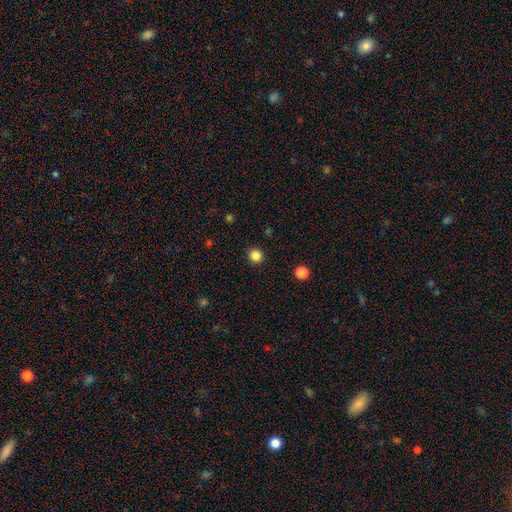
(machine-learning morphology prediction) A smooth galaxy with no disk features (84%) that is round (94%).

Vote fractions:
- Smooth or featured? smooth: 84% / star or artifact: 13% / featured or disk: 3%
- How rounded? round: 94% / in between: 5% / cigar-shaped: 1%
- Merging? none: 92% / minor disturbance: 5% / major disturbance: 2% / merger: 1%